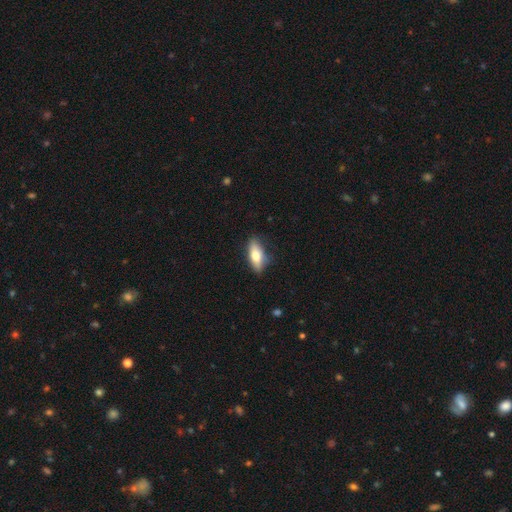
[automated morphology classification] Q: Smooth or featured?
A: smooth (68%); runner-up: featured or disk (25%)
Q: How rounded?
A: in between (71%); runner-up: cigar-shaped (26%)
Q: Merging?
A: none (79%); runner-up: minor disturbance (16%)